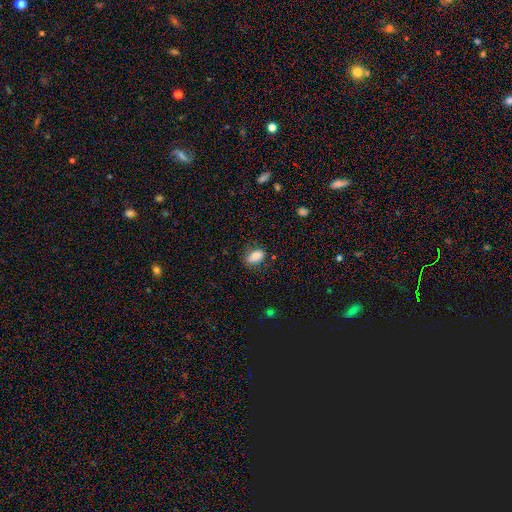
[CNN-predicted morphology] This is clearly a smooth galaxy (81%). How rounded: clearly in between (87%). Merging: likely none (76%).